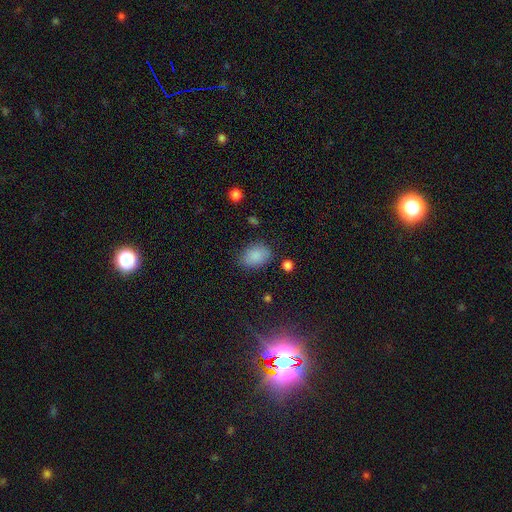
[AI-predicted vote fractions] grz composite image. It shows a smooth galaxy with no disk features (86%) that is in between round and cigar-shaped (81%). Merging: none (79%).